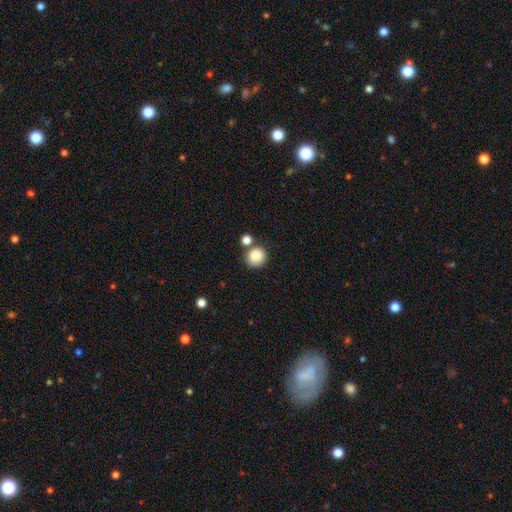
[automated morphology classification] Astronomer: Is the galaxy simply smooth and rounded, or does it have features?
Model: smooth — 86%.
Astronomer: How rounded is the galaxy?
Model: round — 91%.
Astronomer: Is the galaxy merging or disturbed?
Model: none — 70%.